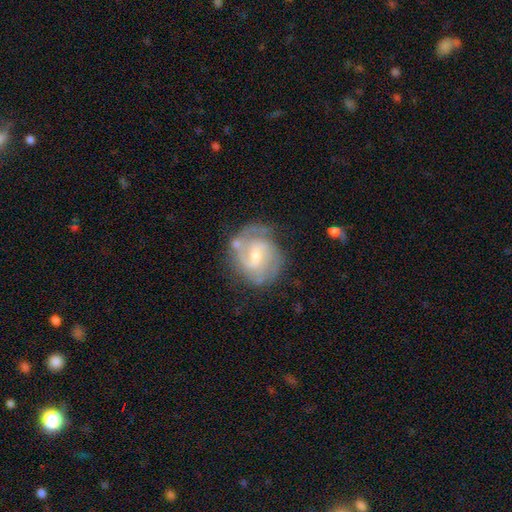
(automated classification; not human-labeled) smooth-or-featured: featured or disk: 83% | smooth: 12% | star or artifact: 5%
  disk-edge-on: no: 98% | yes: 2%
    bar: weak: 57% | no: 30% | strong: 12%
    has-spiral-arms: yes: 94% | no: 6%
      spiral-winding: medium: 43% (tied) | tight: 43% (tied) | loose: 13%
      spiral-arm-count: 2: 67% | can't tell: 15% | 3: 9% | 1: 5% | 4: 2% | more than 4: 2%
    bulge-size: small: 53% | moderate: 41% | none: 3% | large: 2% | dominant: 1%
  merging: none: 66% | minor disturbance: 20% | major disturbance: 9% | merger: 5%